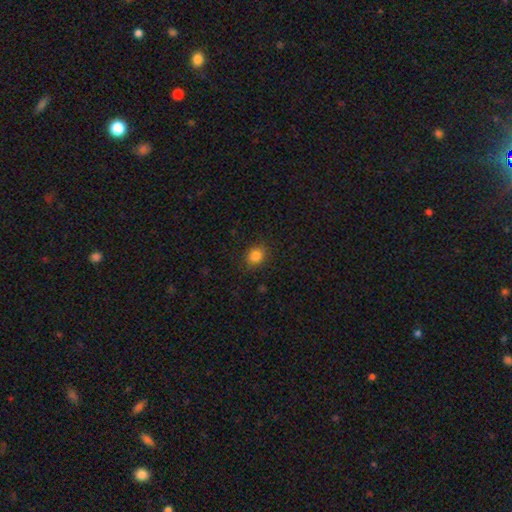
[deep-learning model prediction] The model was most divided on "how rounded": round: 69%, in between: 30%, cigar-shaped: 1%. More confident: merging — none (86%); smooth or featured — smooth (84%).